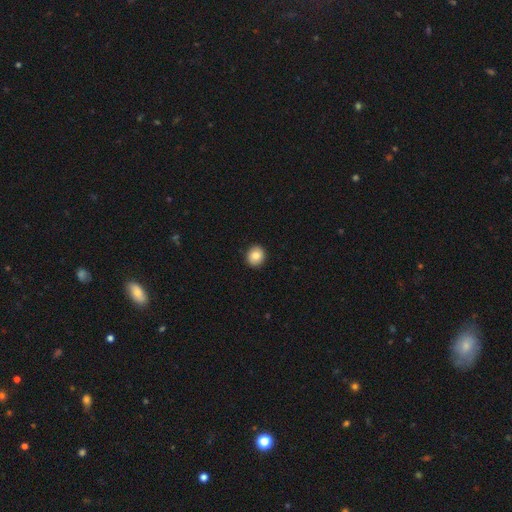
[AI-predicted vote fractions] This appears to be a smooth galaxy with no disk features (84%) that is round (81%). Merging: none (91%).